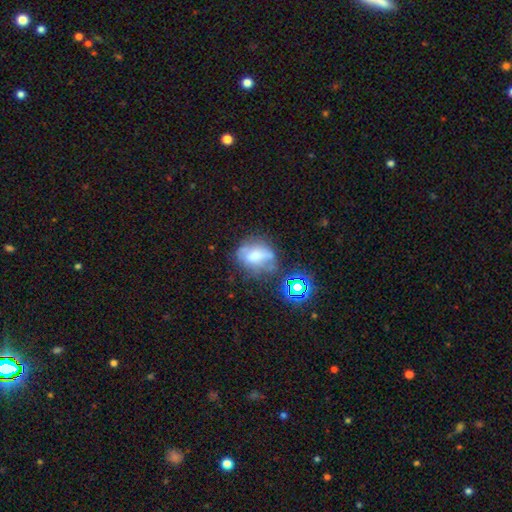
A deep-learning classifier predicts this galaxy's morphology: A smooth galaxy with no disk features (46%). Merging: none (41%).